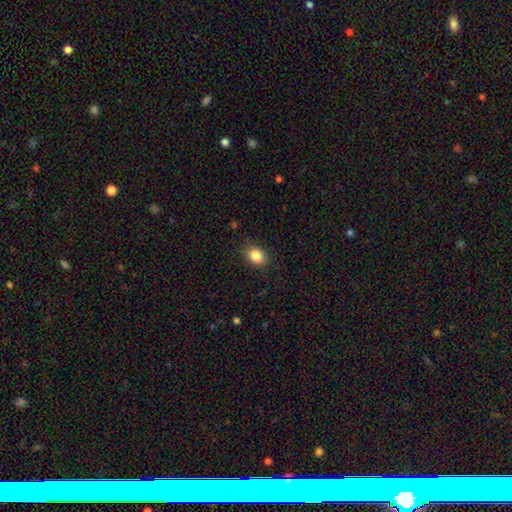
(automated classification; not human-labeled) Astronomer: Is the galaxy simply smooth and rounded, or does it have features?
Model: smooth — 86%.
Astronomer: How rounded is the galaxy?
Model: in between — 61% (runner-up: round, 38%).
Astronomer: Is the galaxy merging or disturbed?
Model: none — 86%.